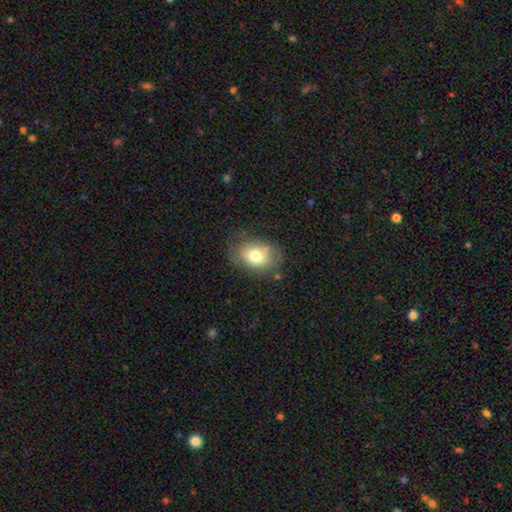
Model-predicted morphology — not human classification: Smooth or featured? smooth (74%)
How rounded? in between (67%)
Merging? none (72%)